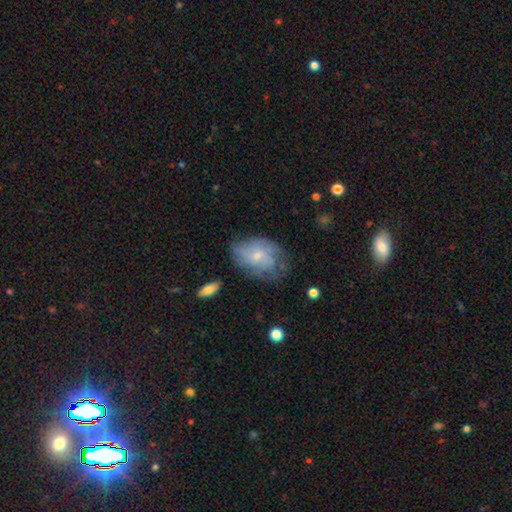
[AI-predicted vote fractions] This appears to be a featured or disk galaxy (55%) with no bar (74%), spiral arms (70%) and a small central bulge (66%). Merging: none (54%).